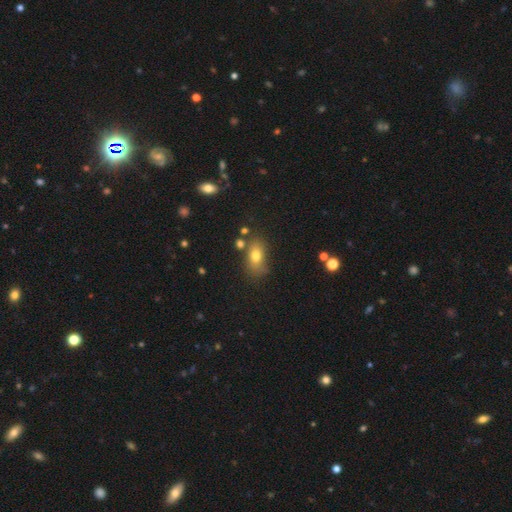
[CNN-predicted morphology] Overall: smooth (75%). How rounded: in between (81%). Merging: none (68%).